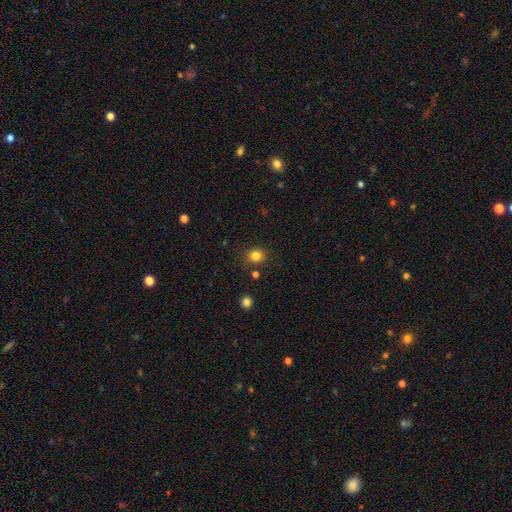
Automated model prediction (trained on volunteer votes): smooth-or-featured: smooth: 83% | star or artifact: 13% | featured or disk: 5%
  how-rounded: round: 82% | in between: 17% | cigar-shaped: 1%
  merging: none: 84% | minor disturbance: 9% | merger: 4% | major disturbance: 3%